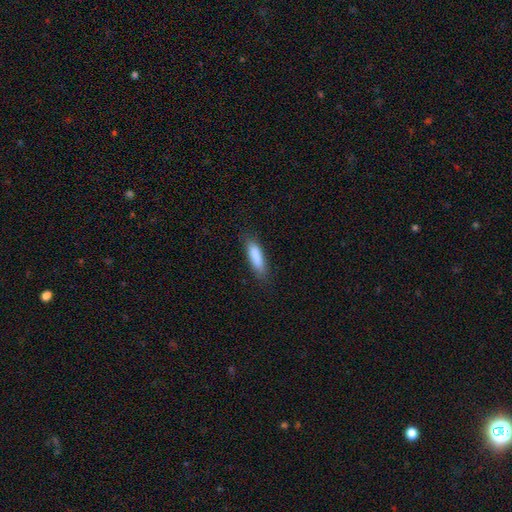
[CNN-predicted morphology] Q: Smooth or featured?
A: smooth (87%); runner-up: featured or disk (7%)
Q: How rounded?
A: cigar-shaped (61%); runner-up: in between (37%)
Q: Merging?
A: none (80%); runner-up: minor disturbance (15%)